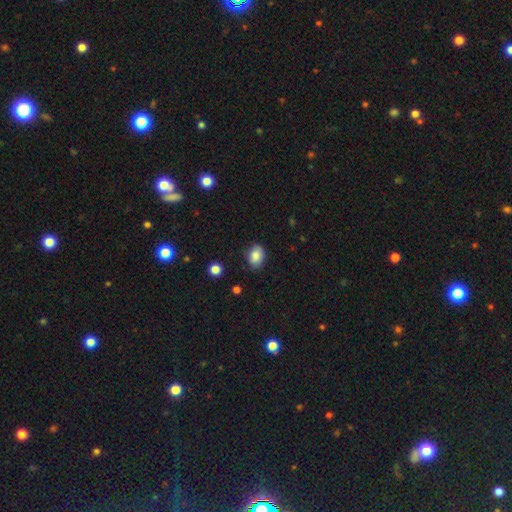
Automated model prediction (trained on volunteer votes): Smooth or featured: smooth — 84% (star or artifact — 8%)
How rounded: in between — 67% (round — 32%)
Merging: none — 78% (minor disturbance — 18%)